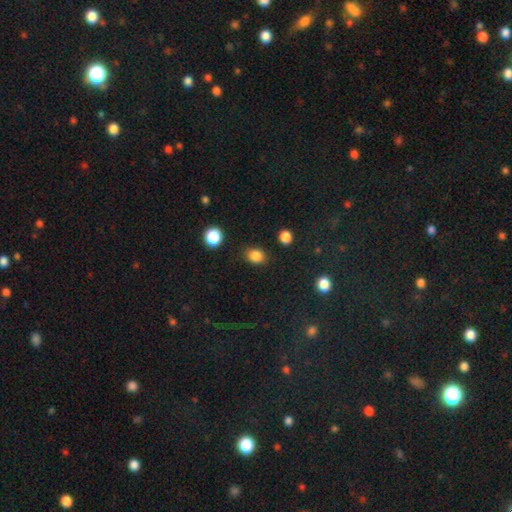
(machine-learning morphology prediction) Q: Smooth or featured?
A: smooth (85%); runner-up: star or artifact (11%)
Q: How rounded?
A: round (50%); runner-up: in between (49%)
Q: Merging?
A: none (83%); runner-up: minor disturbance (11%)